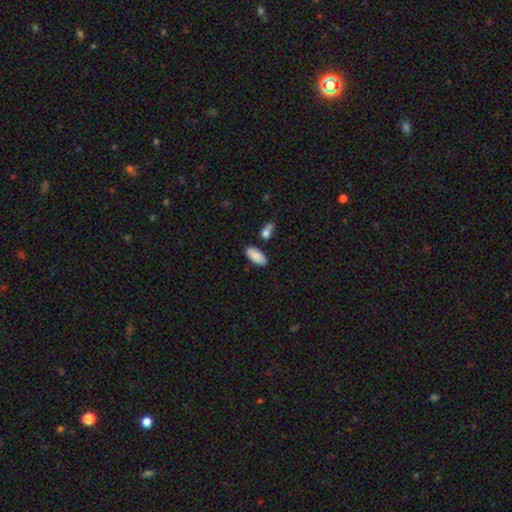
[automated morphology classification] This is clearly a smooth galaxy (88%). How rounded: clearly in between (90%). Merging: likely none (79%).